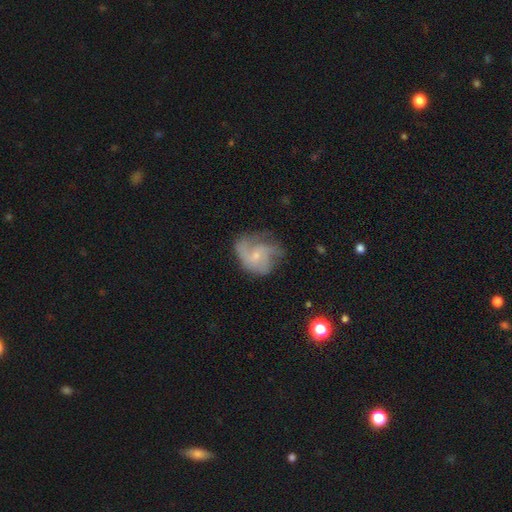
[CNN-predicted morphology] The model was most divided on "spiral arm count": 3: 36%, 2: 27%, can't tell: 19%, 1: 8%, 4: 6%, more than 4: 4%. Remaining: edge-on disk — no (98%); spiral arms — yes (90%); bulge size — small (72%); smooth or featured — featured or disk (71%); bar — no (68%); merging — none (49%); spiral winding — medium (47%).